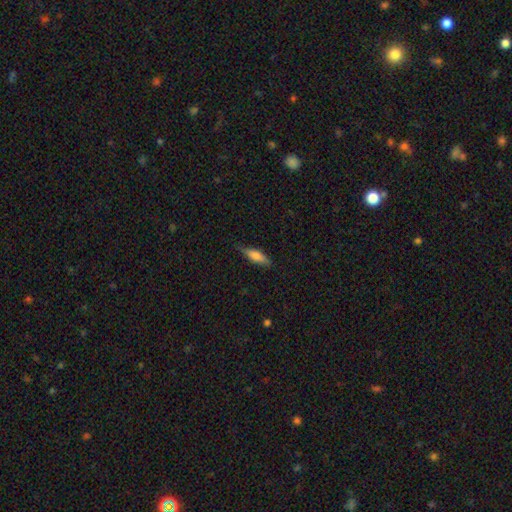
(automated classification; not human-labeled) This appears to be a smooth galaxy with no disk features (68%) that is cigar-shaped (54%). Merging: none (76%).